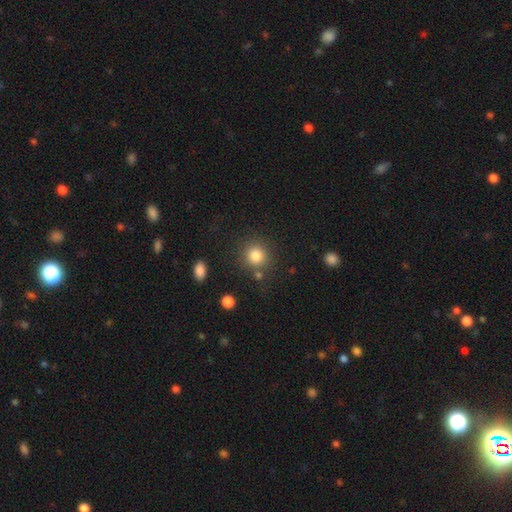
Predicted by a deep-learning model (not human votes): smooth 84%, star or artifact 11%, featured or disk 6%. Down the decision tree: how rounded — round (89%); merging — none (79%).